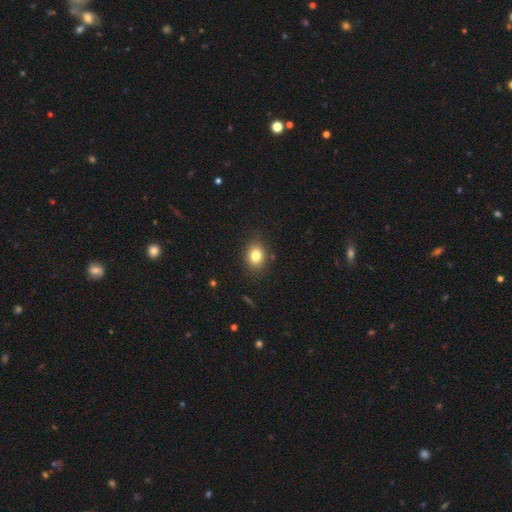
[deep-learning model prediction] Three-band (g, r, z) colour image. It shows a smooth galaxy with no disk features (80%) that is in between round and cigar-shaped (52%). Merging: none (85%).